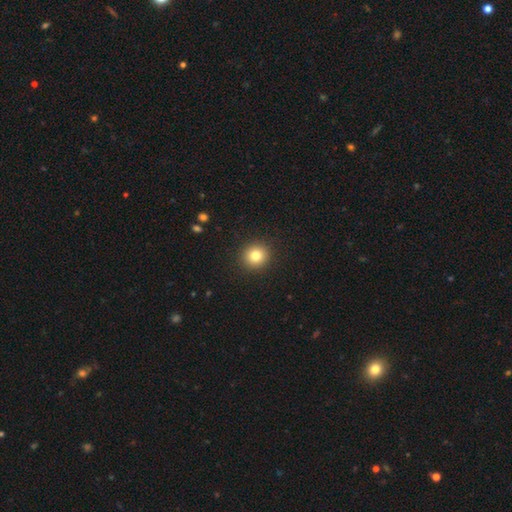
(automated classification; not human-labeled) This is clearly a smooth galaxy (81%). How rounded: clearly round (91%). Merging: clearly none (92%).